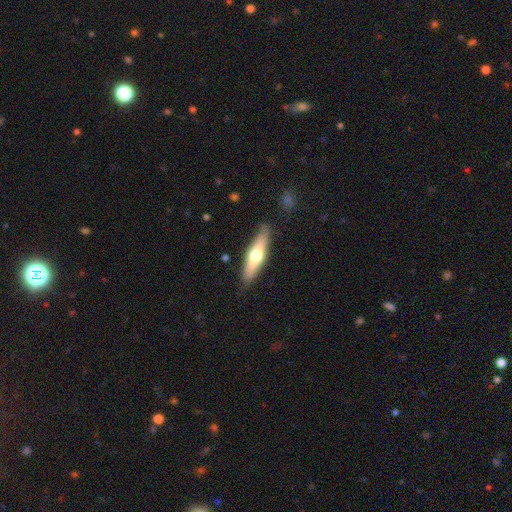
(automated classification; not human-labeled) smooth-or-featured: smooth: 52% | featured or disk: 43% | star or artifact: 5%
  how-rounded: cigar-shaped: 67% | in between: 31% | round: 2%
  merging: none: 84% | minor disturbance: 12% | major disturbance: 2% | merger: 1%